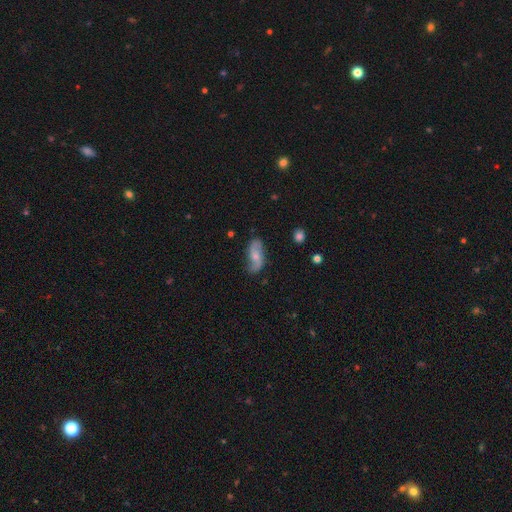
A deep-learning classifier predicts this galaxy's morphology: A featured or disk galaxy (59%) with no bar (59%), spiral arms (90%) and a small central bulge (47%). Merging: none (72%).